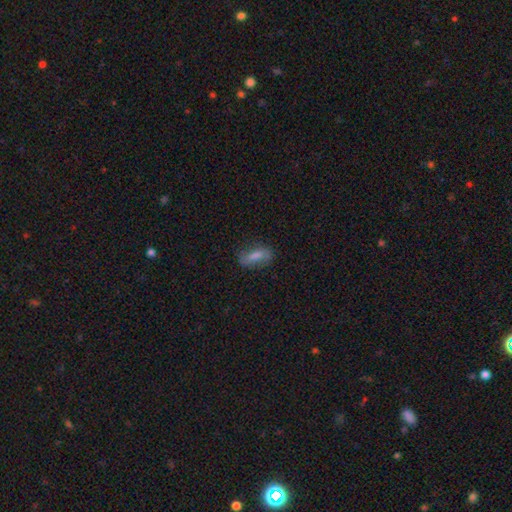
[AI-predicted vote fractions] smooth-or-featured: smooth: 70% | featured or disk: 22% | star or artifact: 9%
  how-rounded: in between: 74% | cigar-shaped: 22% | round: 4%
  merging: none: 69% | minor disturbance: 21% | major disturbance: 8% | merger: 2%